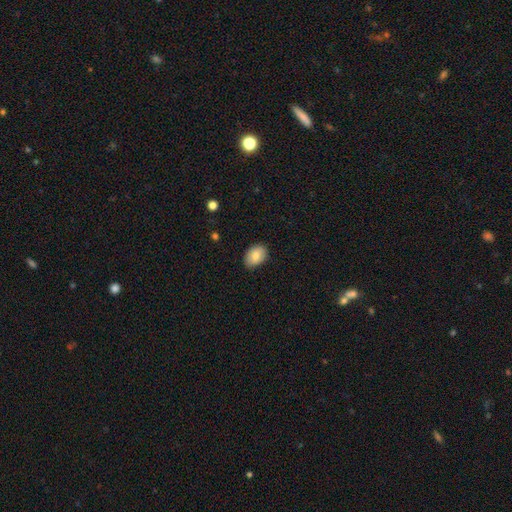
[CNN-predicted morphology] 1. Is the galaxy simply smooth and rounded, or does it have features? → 80% smooth, 12% featured or disk, 7% star or artifact.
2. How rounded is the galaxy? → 83% in between, 16% round, 1% cigar-shaped.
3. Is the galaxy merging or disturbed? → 83% none, 14% minor disturbance, 2% major disturbance, 1% merger.